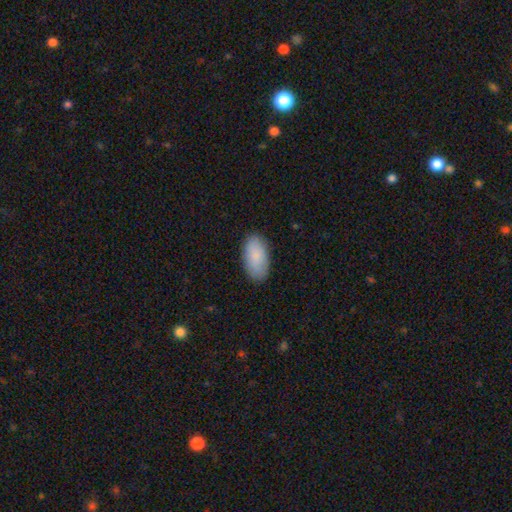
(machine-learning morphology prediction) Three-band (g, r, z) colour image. It shows a smooth galaxy with no disk features (87%) that is in between round and cigar-shaped (95%). Merging: none (87%).